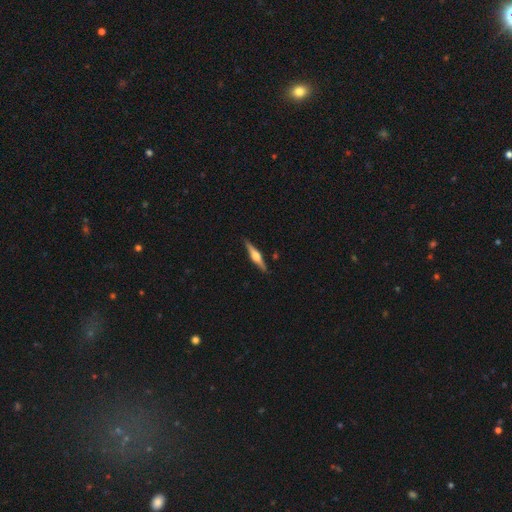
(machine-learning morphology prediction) Q: Smooth or featured?
A: featured or disk (72%); runner-up: smooth (23%)
Q: Edge-on disk?
A: yes (98%); runner-up: no (2%)
Q: Edge-on bulge?
A: rounded (90%); runner-up: boxy (7%)
Q: Merging?
A: none (90%); runner-up: minor disturbance (7%)